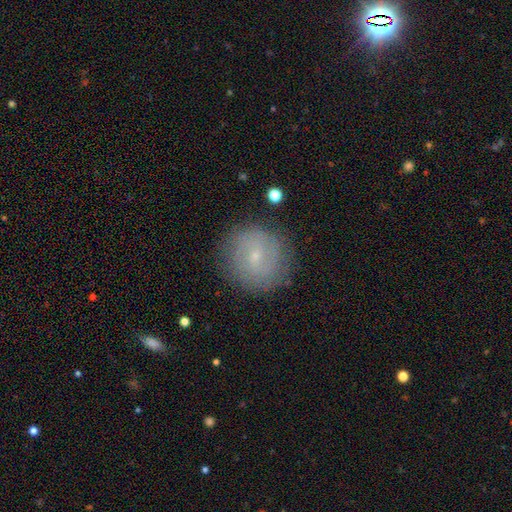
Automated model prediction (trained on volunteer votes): The model was most divided on "smooth or featured": featured or disk: 50%, smooth: 39%, star or artifact: 11%. More confident: merging — none (86%).